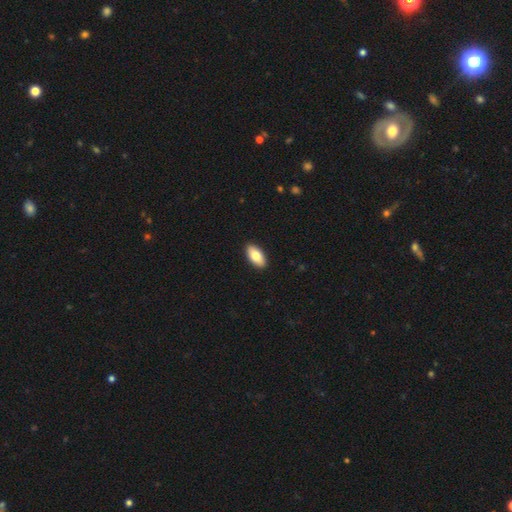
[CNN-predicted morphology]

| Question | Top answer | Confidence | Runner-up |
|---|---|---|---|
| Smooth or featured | smooth | 81% | featured or disk (13%) |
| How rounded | in between | 92% | cigar-shaped (5%) |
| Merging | none | 91% | minor disturbance (6%) |